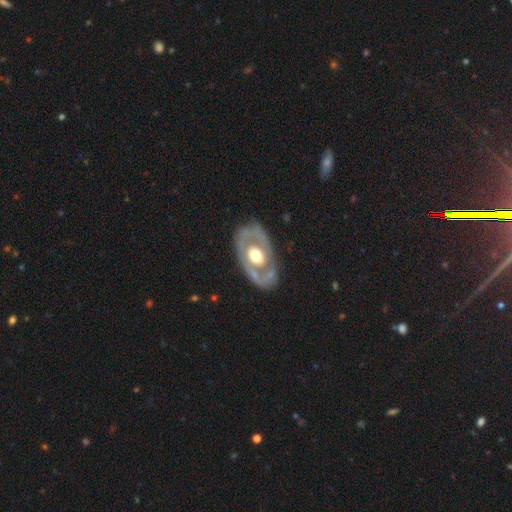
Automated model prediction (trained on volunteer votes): This appears to be a featured or disk galaxy (65%) with no bar (82%), no spiral arms (77%) and a moderate central bulge (57%). Merging: none (74%).